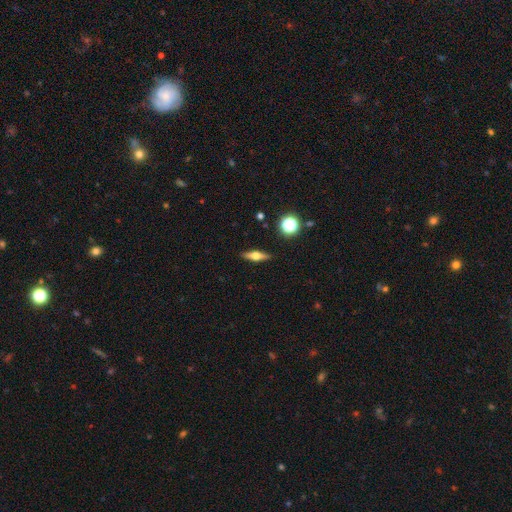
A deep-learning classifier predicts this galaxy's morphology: This is possibly a featured or disk galaxy (54%). It is clearly viewed edge-on (93%). Edge-on bulge: clearly rounded (94%). Merging: clearly none (89%).